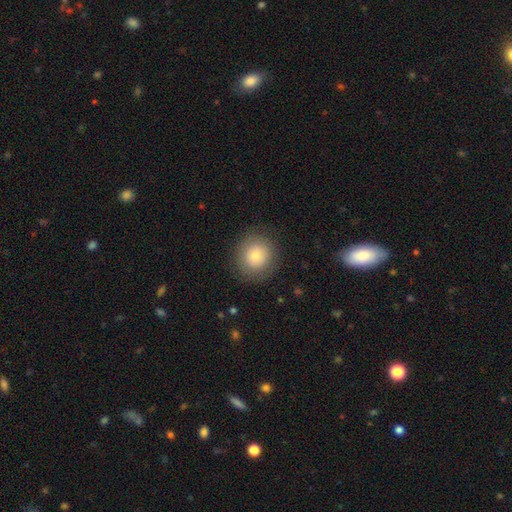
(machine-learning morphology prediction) smooth-or-featured: smooth: 79% | featured or disk: 12% | star or artifact: 8%
  how-rounded: round: 89% | in between: 10% | cigar-shaped: 1%
  merging: none: 86% | minor disturbance: 9% | major disturbance: 4% | merger: 1%